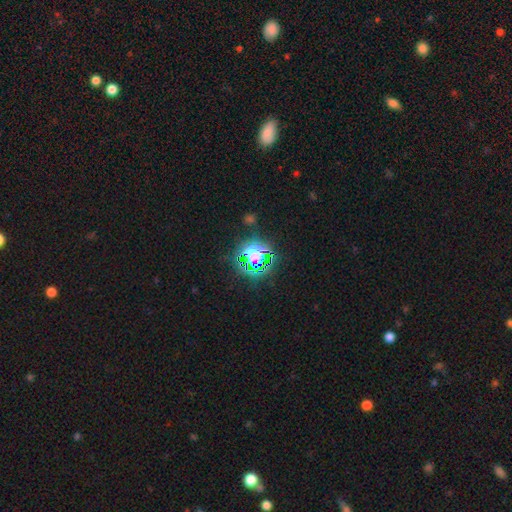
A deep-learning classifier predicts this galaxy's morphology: Smooth or featured? star or artifact (72%)